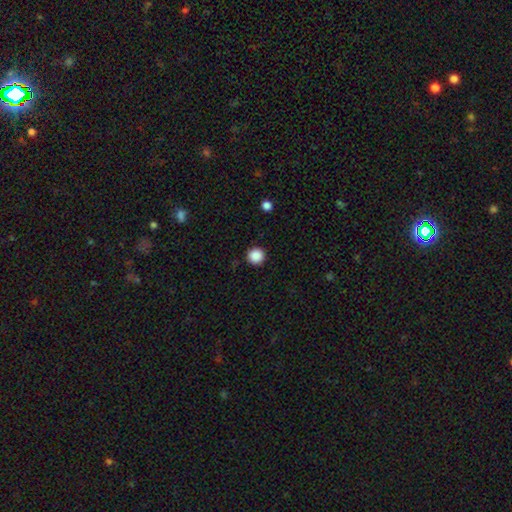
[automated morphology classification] This is clearly a smooth galaxy (88%). How rounded: clearly round (96%). Merging: clearly none (92%).